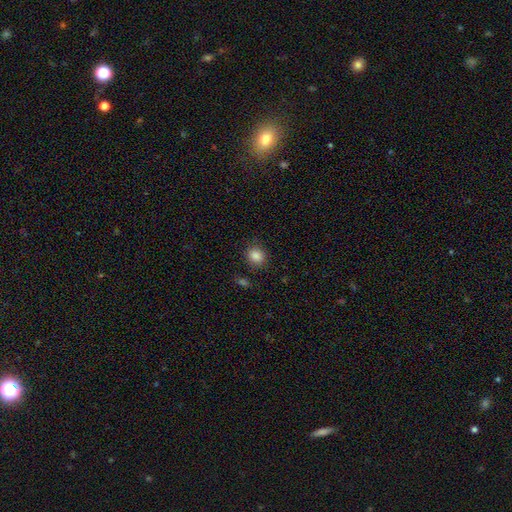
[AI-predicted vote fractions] smooth-or-featured: smooth: 86% | star or artifact: 10% | featured or disk: 4%
  how-rounded: round: 73% | in between: 26% | cigar-shaped: 1%
  merging: none: 83% | minor disturbance: 11% | major disturbance: 3% | merger: 3%